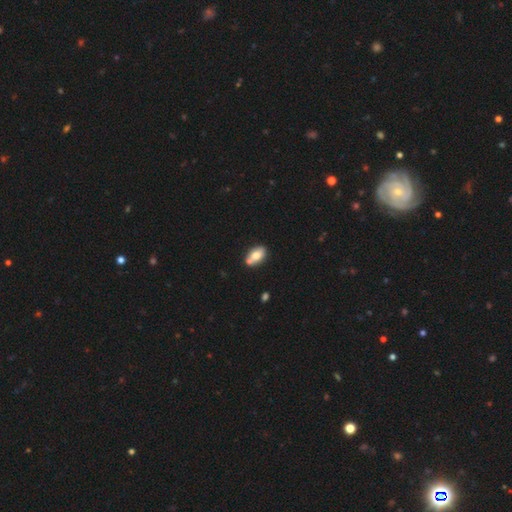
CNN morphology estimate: Q: Smooth or featured?
A: smooth (75%); runner-up: featured or disk (17%)
Q: How rounded?
A: in between (89%); runner-up: round (8%)
Q: Merging?
A: none (56%); runner-up: merger (24%)